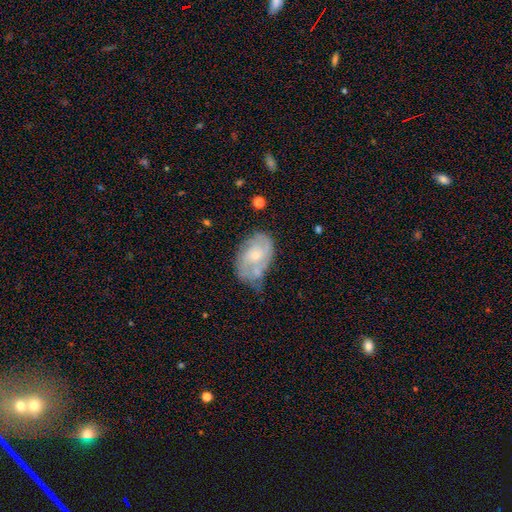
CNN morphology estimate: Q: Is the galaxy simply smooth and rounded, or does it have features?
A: featured or disk — 66%.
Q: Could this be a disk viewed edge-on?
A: no — 97%.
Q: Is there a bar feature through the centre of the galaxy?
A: no — 70%.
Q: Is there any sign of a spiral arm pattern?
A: yes — 81%.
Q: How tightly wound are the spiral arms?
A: tight — 44%.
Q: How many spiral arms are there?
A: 2 — 50%.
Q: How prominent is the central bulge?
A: small — 50%.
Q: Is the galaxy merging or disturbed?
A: none — 40%.